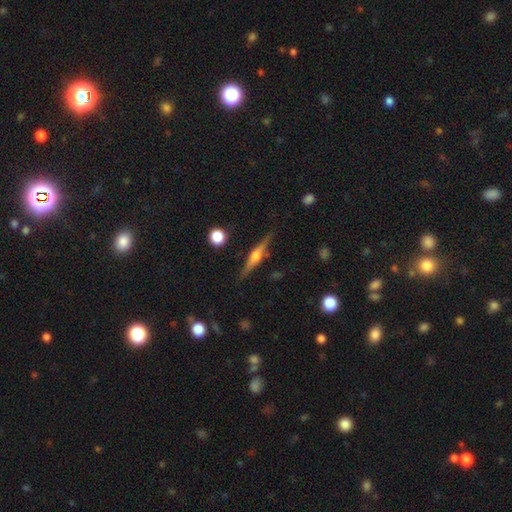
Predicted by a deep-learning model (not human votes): Smooth or featured? featured or disk (73%)
Edge-on disk? yes (97%)
Edge-on bulge? rounded (89%)
Merging? none (86%)